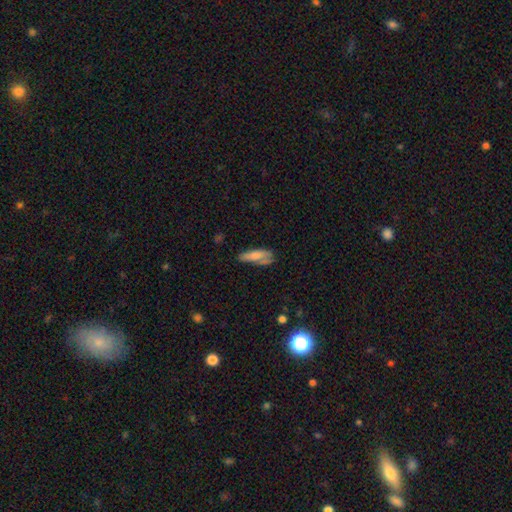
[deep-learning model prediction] Smooth or featured?
  - smooth: 72% *
  - featured or disk: 20%
  - star or artifact: 8%
How rounded?
  - in between: 49% *
  - cigar-shaped: 48%
  - round: 2%
Merging?
  - none: 47% *
  - minor disturbance: 29%
  - major disturbance: 15%
  - merger: 8%